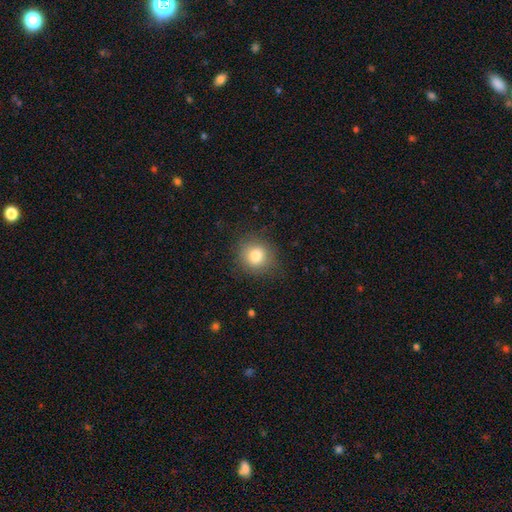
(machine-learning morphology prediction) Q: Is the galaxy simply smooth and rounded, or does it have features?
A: smooth — 82%.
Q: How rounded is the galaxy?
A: round — 86%.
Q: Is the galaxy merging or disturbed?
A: none — 84%.